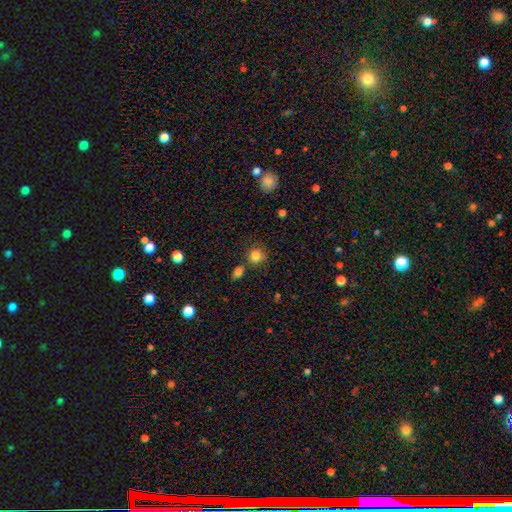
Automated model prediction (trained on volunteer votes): Morphology: type=smooth (83%); roundness=round (84%); merging=none (68%).